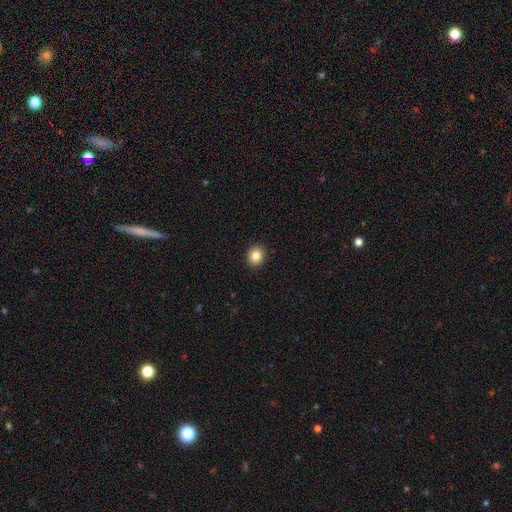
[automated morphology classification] smooth_or_featured: smooth (p=0.85) [alt: star or artifact p=0.10]
how_rounded: round (p=0.74) [alt: in between p=0.25]
merging: none (p=0.92) [alt: minor disturbance p=0.05]